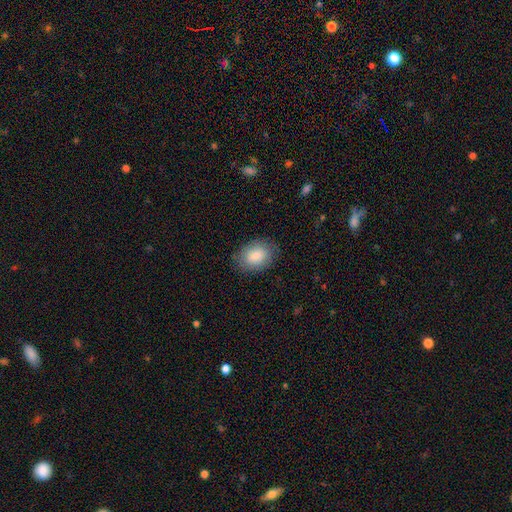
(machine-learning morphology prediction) smooth-or-featured: smooth: 86% | featured or disk: 8% | star or artifact: 7%
  how-rounded: in between: 75% | round: 24% | cigar-shaped: 1%
  merging: none: 83% | minor disturbance: 12% | major disturbance: 3% | merger: 1%